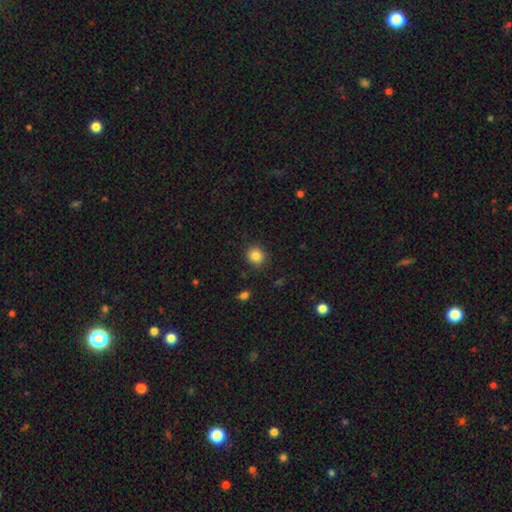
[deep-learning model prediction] This is clearly a smooth galaxy (84%). How rounded: clearly round (85%). Merging: clearly none (89%).